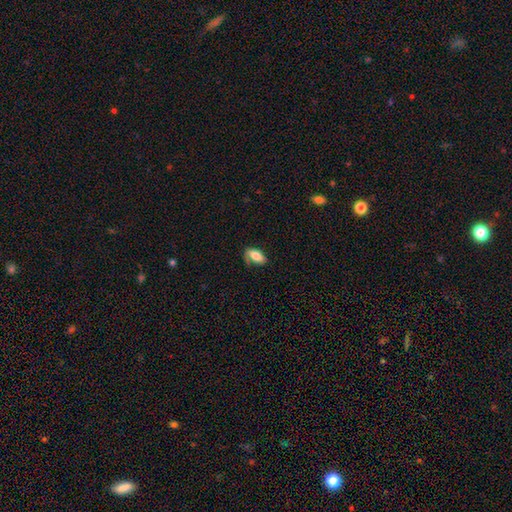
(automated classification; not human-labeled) This appears to be a smooth galaxy with no disk features (76%) that is in between round and cigar-shaped (89%). Merging: none (53%).